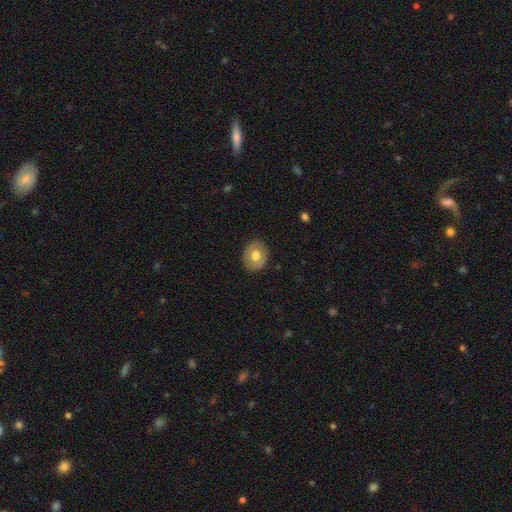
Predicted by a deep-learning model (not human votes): smooth_or_featured: smooth (p=0.61) [alt: featured or disk p=0.32]
how_rounded: round (p=0.53) [alt: in between p=0.47]
merging: none (p=0.86) [alt: minor disturbance p=0.11]